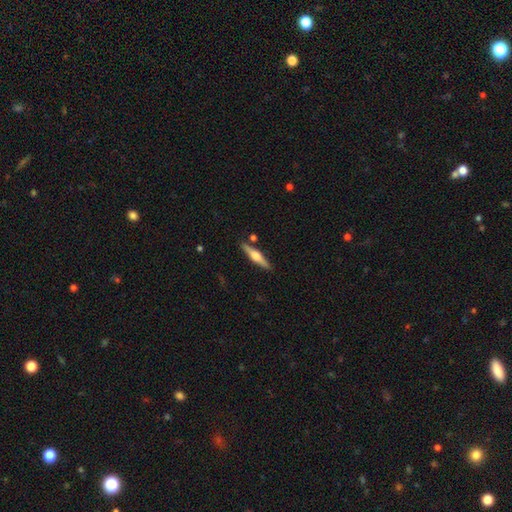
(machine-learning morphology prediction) Smooth or featured: featured or disk — 65% (smooth — 30%)
Edge-on disk: yes — 97% (no — 3%)
Edge-on bulge: rounded — 91% (boxy — 6%)
Merging: none — 87% (minor disturbance — 8%)